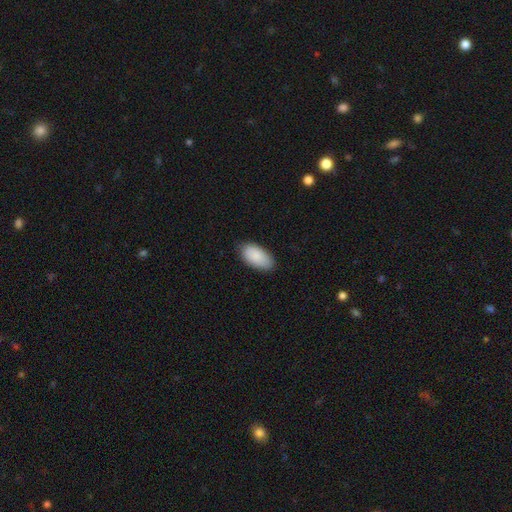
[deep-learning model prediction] Smooth or featured? smooth (88%)
How rounded? in between (95%)
Merging? none (84%)